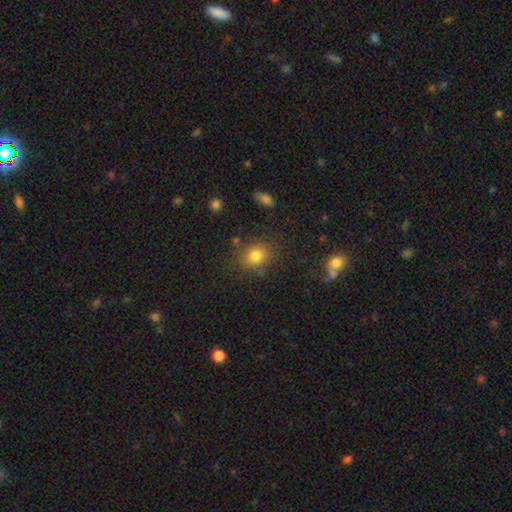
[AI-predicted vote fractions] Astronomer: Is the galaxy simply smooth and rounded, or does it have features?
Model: smooth — 78%.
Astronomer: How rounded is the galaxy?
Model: round — 66%.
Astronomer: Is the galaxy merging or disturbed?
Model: none — 81%.